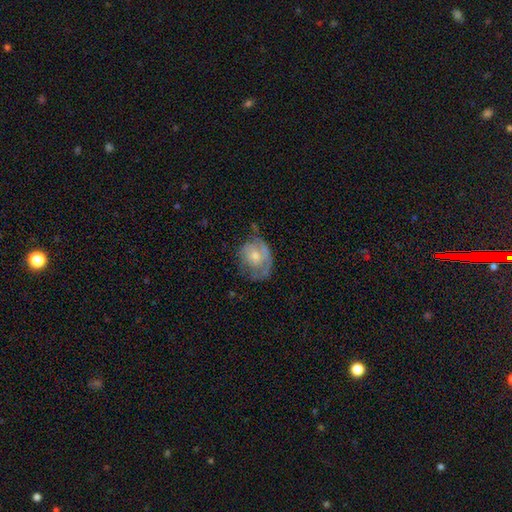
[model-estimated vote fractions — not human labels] A featured or disk galaxy (48%).

Vote fractions:
- Smooth or featured? featured or disk: 48% / smooth: 45% / star or artifact: 7%
- Merging? none: 39% / minor disturbance: 33% / major disturbance: 25% / merger: 3%